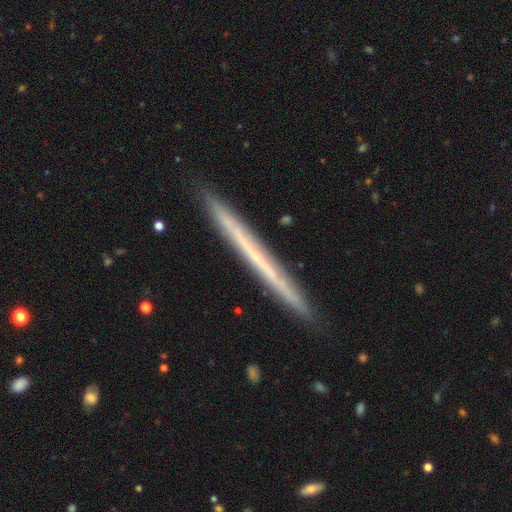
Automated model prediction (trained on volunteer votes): A featured or disk galaxy (55%) viewed edge-on (97%) with no central bulge (94%).

Vote fractions:
- Smooth or featured? featured or disk: 55% / smooth: 39% / star or artifact: 6%
- Edge-on disk? yes: 97% / no: 3%
- Edge-on bulge? none: 94% / rounded: 4% / boxy: 2%
- Merging? none: 91% / minor disturbance: 7% / merger: 1% / major disturbance: 1%